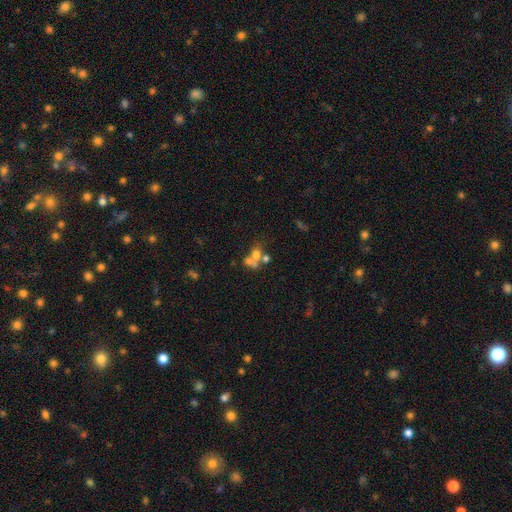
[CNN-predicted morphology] Overall: smooth (55%; featured or disk 28%). How rounded: round (51%; in between 47%). Merging: merger (58%; none 27%).